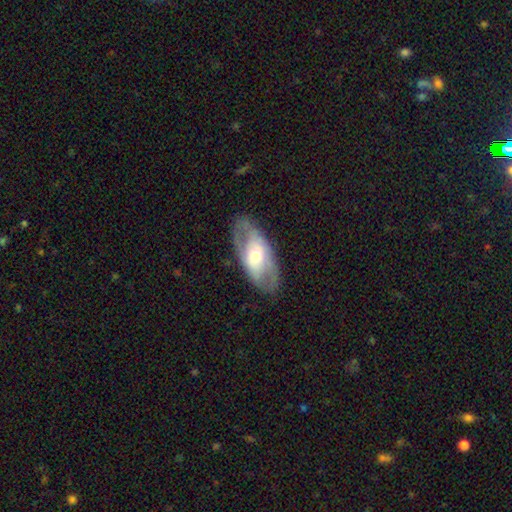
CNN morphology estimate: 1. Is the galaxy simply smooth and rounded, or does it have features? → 63% featured or disk, 31% smooth, 6% star or artifact.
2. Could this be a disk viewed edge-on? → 86% no, 14% yes.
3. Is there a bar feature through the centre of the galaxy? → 62% no, 27% weak, 12% strong.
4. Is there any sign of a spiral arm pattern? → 61% yes, 39% no.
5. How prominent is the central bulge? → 66% moderate, 21% small, 11% large, 1% dominant, 1% none.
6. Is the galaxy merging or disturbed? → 78% none, 15% minor disturbance, 6% major disturbance, 1% merger.